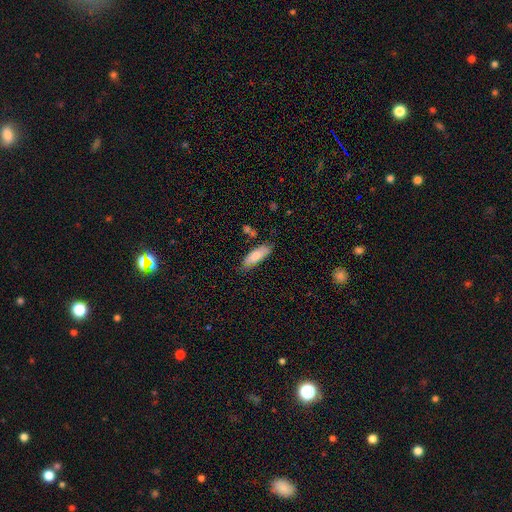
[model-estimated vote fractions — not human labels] This appears to be a smooth galaxy with no disk features (79%) that is in between round and cigar-shaped (60%). Merging: none (72%).